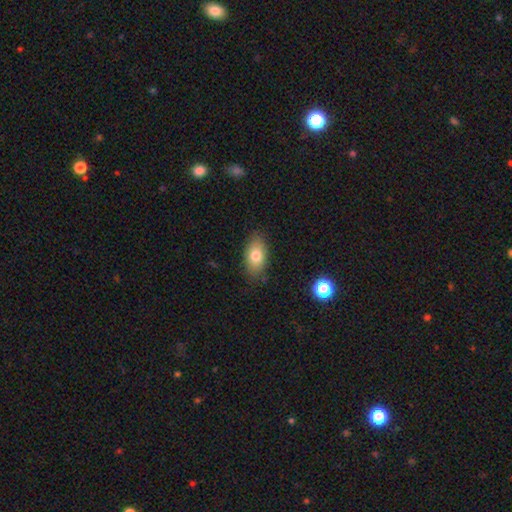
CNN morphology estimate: type=smooth (77%); roundness=in between (89%); merging=none (83%).